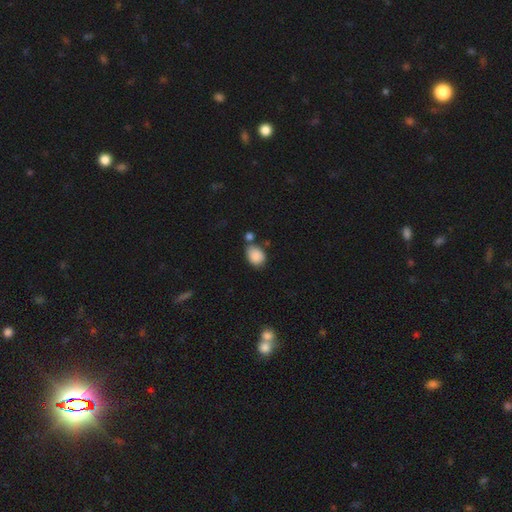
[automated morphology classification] Overall: smooth (87%). How rounded: in between (69%; round 30%). Merging: none (58%; minor disturbance 19%).